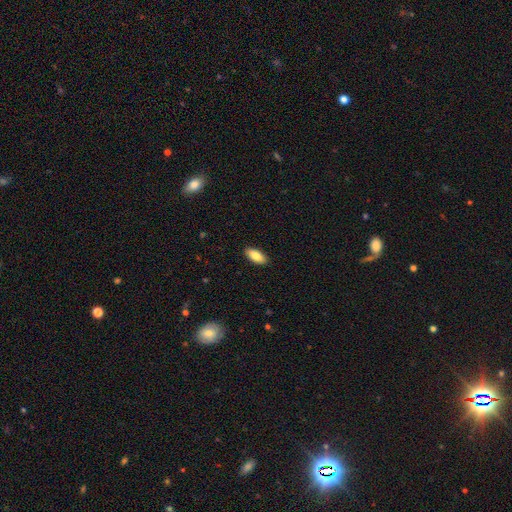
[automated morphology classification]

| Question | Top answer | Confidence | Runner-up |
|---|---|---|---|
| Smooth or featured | smooth | 82% | featured or disk (12%) |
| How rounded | in between | 86% | cigar-shaped (12%) |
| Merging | none | 90% | minor disturbance (7%) |